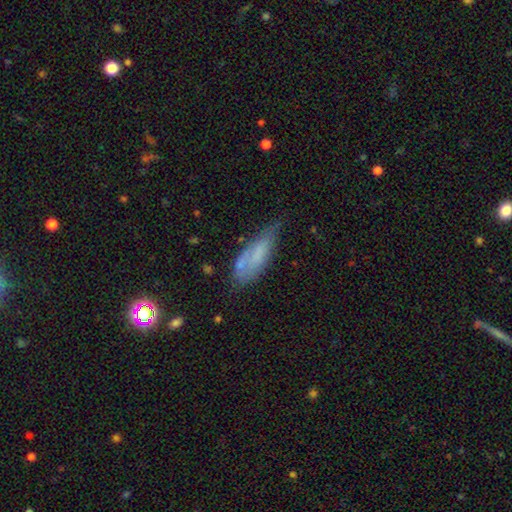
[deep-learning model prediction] smooth 58%, featured or disk 32%, star or artifact 10%. Down the decision tree: how rounded — in between (58%); merging — none (40%).